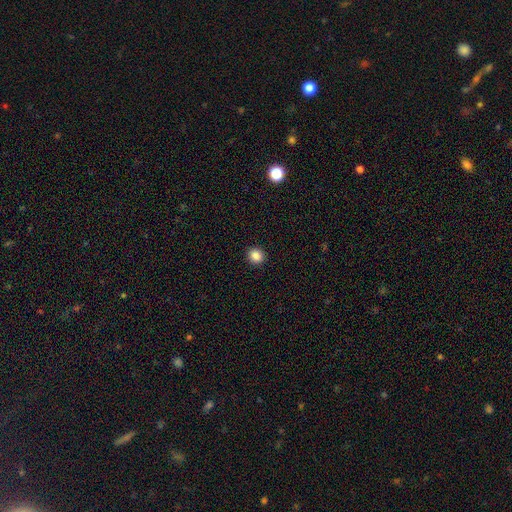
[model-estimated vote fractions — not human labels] Overall: smooth (86%). How rounded: round (80%). Merging: none (92%).